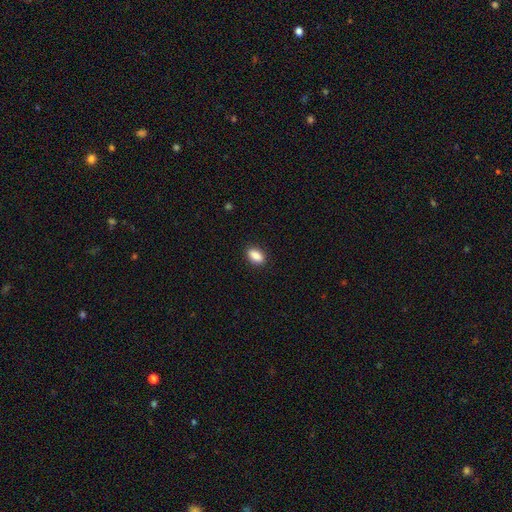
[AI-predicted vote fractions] Smooth or featured?
  - smooth: 89% *
  - star or artifact: 7%
  - featured or disk: 4%
How rounded?
  - in between: 89% *
  - round: 9%
  - cigar-shaped: 2%
Merging?
  - none: 89% *
  - minor disturbance: 8%
  - major disturbance: 2%
  - merger: 1%